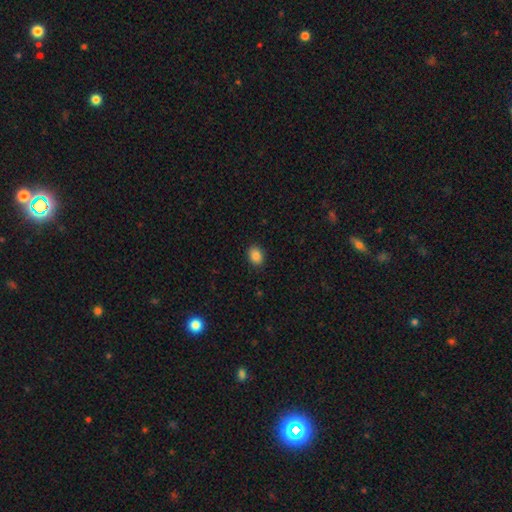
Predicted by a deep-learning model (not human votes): Q: Smooth or featured?
A: smooth (87%); runner-up: star or artifact (9%)
Q: How rounded?
A: in between (62%); runner-up: round (37%)
Q: Merging?
A: none (89%); runner-up: minor disturbance (8%)